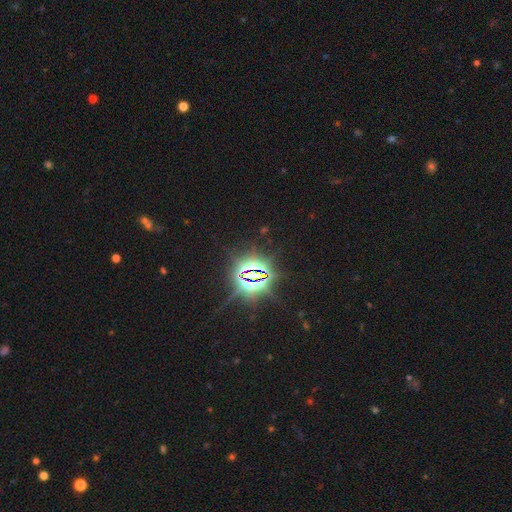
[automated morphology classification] Q: Smooth or featured?
A: star or artifact (85%); runner-up: smooth (9%)